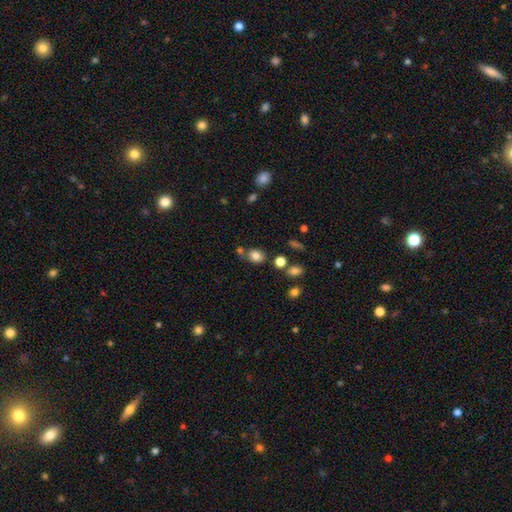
Smooth or featured: smooth — 92% (star or artifact — 5%)
How rounded: round — 53% (in between — 47%)
Merging: none — 73% (minor disturbance — 16%)